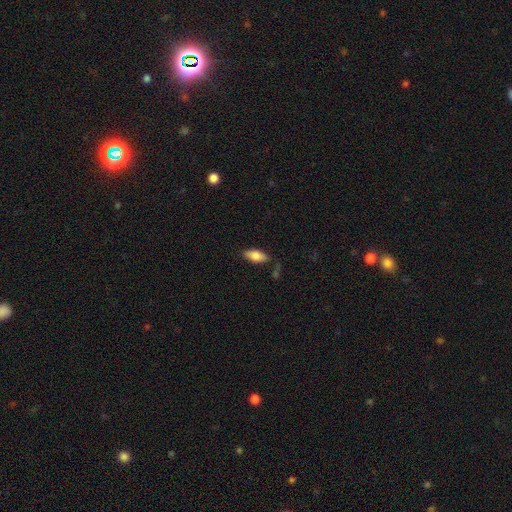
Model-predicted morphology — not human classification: Smooth or featured? Predicted: smooth (p=0.82). How rounded? Predicted: in between (p=0.87). Merging? Predicted: none (p=0.77).